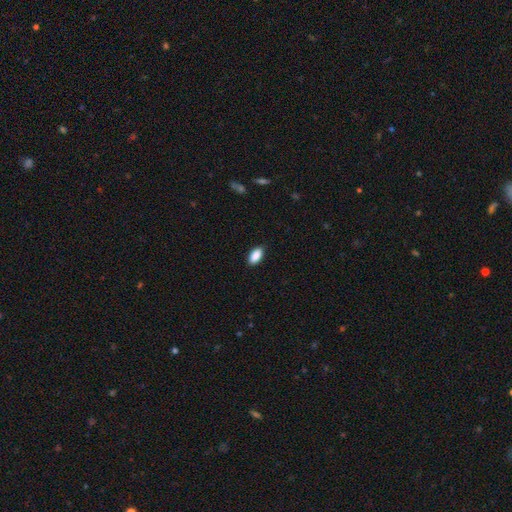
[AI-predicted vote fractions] smooth 90%, star or artifact 7%, featured or disk 4%. Down the decision tree: how rounded — in between (91%); merging — none (87%).